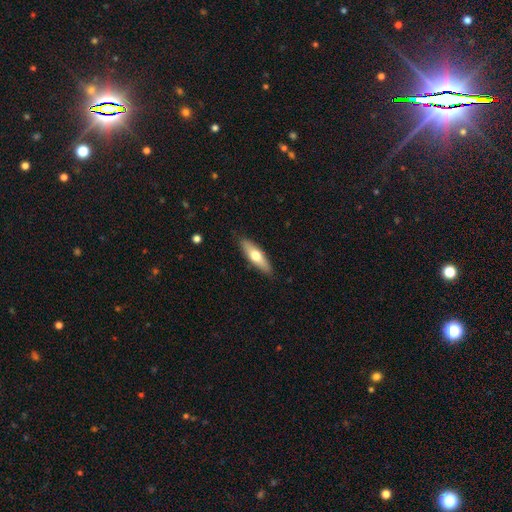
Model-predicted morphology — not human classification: The model was most divided on "how rounded": cigar-shaped: 56%, in between: 42%, round: 2%. More confident: merging — none (87%); smooth or featured — smooth (58%).